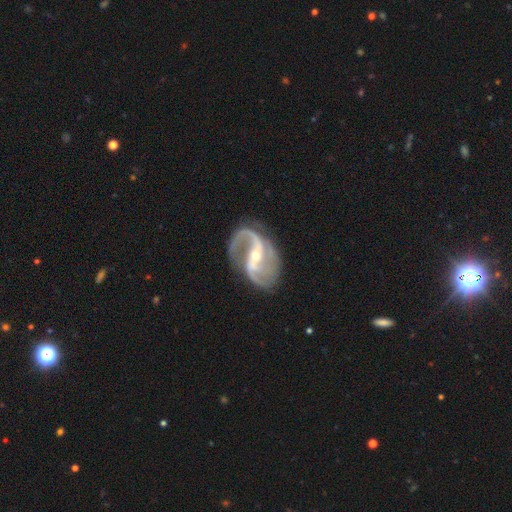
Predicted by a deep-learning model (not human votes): Q: Smooth or featured?
A: featured or disk (92%); runner-up: star or artifact (5%)
Q: Edge-on disk?
A: no (97%); runner-up: yes (3%)
Q: Bar?
A: strong (47%); runner-up: weak (34%)
Q: Spiral arms?
A: yes (98%); runner-up: no (2%)
Q: Spiral winding?
A: medium (47%); runner-up: loose (40%)
Q: Spiral arm count?
A: 2 (86%); runner-up: 3 (5%)
Q: Bulge size?
A: small (57%); runner-up: moderate (40%)
Q: Merging?
A: none (71%); runner-up: minor disturbance (17%)